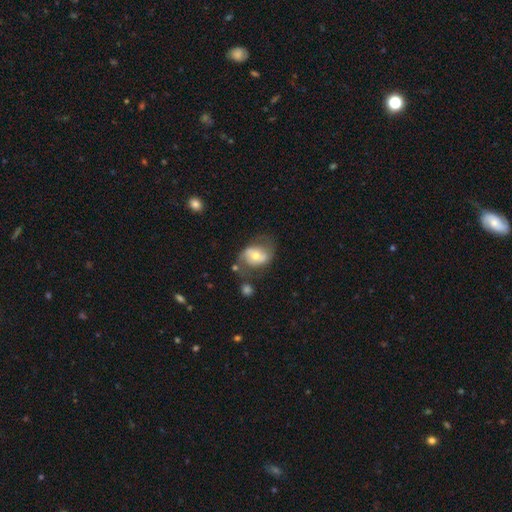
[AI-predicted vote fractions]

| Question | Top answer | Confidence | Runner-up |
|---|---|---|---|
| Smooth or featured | featured or disk | 55% | smooth (38%) |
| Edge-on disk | no | 96% | yes (4%) |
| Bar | no | 50% | weak (32%) |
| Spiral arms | yes | 71% | no (29%) |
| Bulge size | moderate | 64% | small (27%) |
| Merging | none | 53% | minor disturbance (23%) |